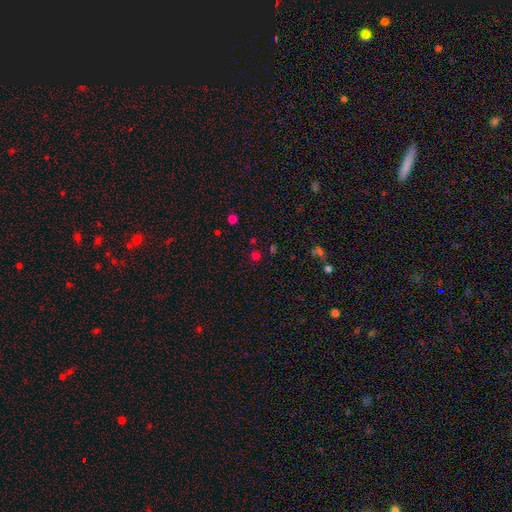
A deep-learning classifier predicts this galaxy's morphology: The model was most divided on "smooth or featured": smooth: 60%, star or artifact: 35%, featured or disk: 5%. More confident: how rounded — round (90%); merging — none (83%).